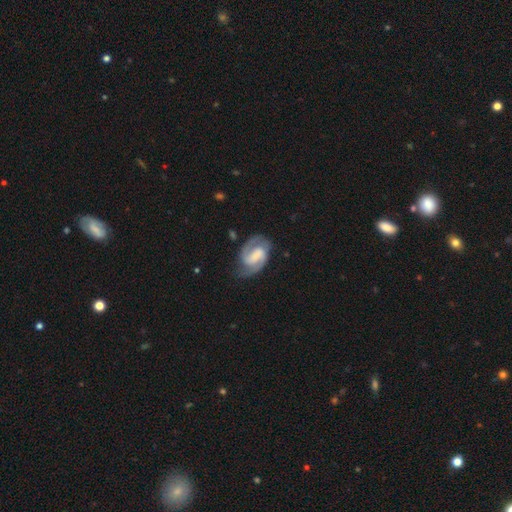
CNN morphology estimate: Smooth or featured? Predicted: featured or disk (p=0.85). Edge-on disk? Predicted: no (p=0.98). Bar? Predicted: weak (p=0.44). Spiral arms? Predicted: yes (p=0.96). Spiral winding? Predicted: medium (p=0.52). Spiral arm count? Predicted: 2 (p=0.90). Bulge size? Predicted: none (p=0.42). Merging? Predicted: none (p=0.70).